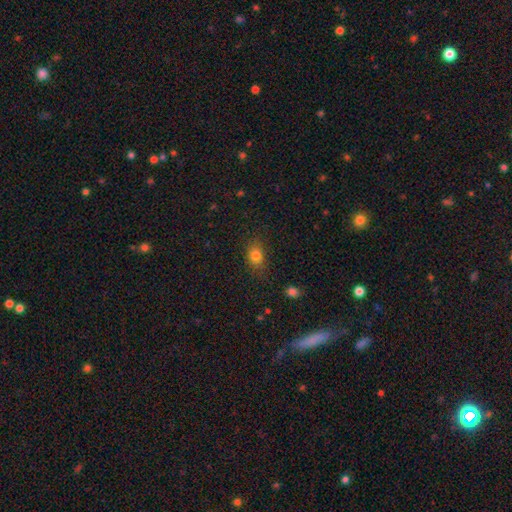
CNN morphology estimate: smooth-or-featured: smooth: 81% | star or artifact: 12% | featured or disk: 7%
  how-rounded: in between: 63% | round: 35% | cigar-shaped: 2%
  merging: none: 78% | minor disturbance: 16% | major disturbance: 4% | merger: 2%